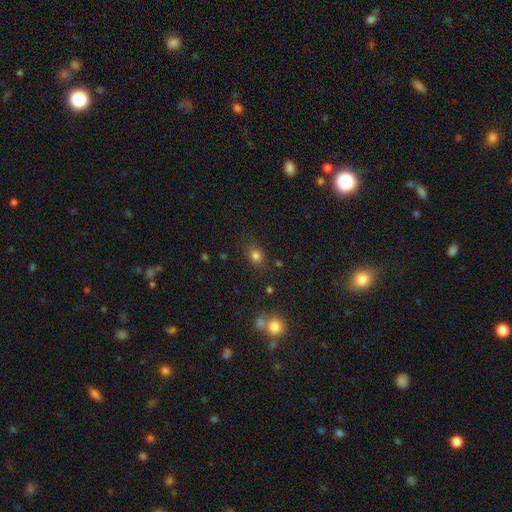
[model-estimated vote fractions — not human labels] Smooth or featured? smooth (79%)
How rounded? round (57%)
Merging? none (78%)